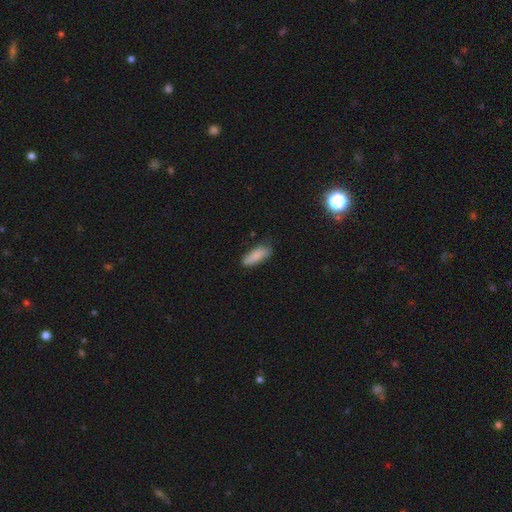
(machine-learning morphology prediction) A smooth galaxy with no disk features (85%) that is in between round and cigar-shaped (63%).

Vote fractions:
- Smooth or featured? smooth: 85% / featured or disk: 8% / star or artifact: 7%
- How rounded? in between: 63% / cigar-shaped: 35% / round: 2%
- Merging? none: 71% / minor disturbance: 23% / major disturbance: 4% / merger: 2%